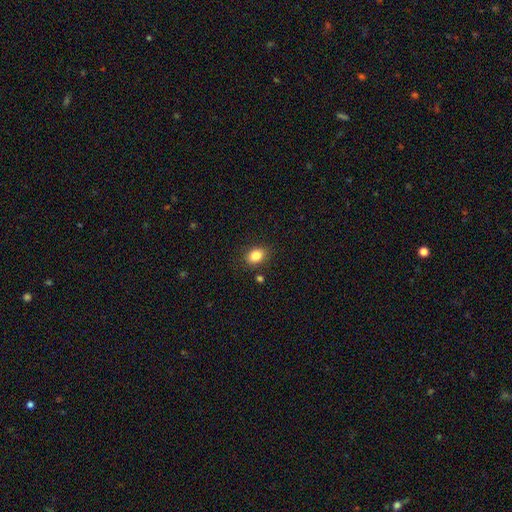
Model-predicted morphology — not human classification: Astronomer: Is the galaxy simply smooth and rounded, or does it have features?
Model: smooth — 84%.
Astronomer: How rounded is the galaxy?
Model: in between — 64%.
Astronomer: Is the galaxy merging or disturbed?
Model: none — 85%.